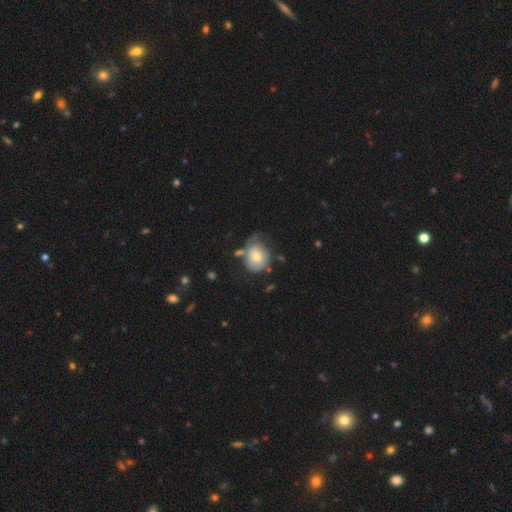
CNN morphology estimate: smooth_or_featured: smooth (p=0.59) [alt: featured or disk p=0.34]
how_rounded: round (p=0.62) [alt: in between p=0.37]
merging: none (p=0.37) [alt: minor disturbance p=0.33]